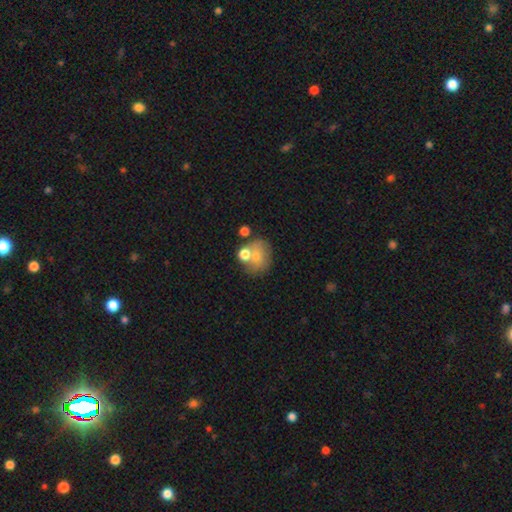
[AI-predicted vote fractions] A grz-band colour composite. It shows a smooth galaxy with no disk features (64%) that is round (68%). Merging: none (51%).